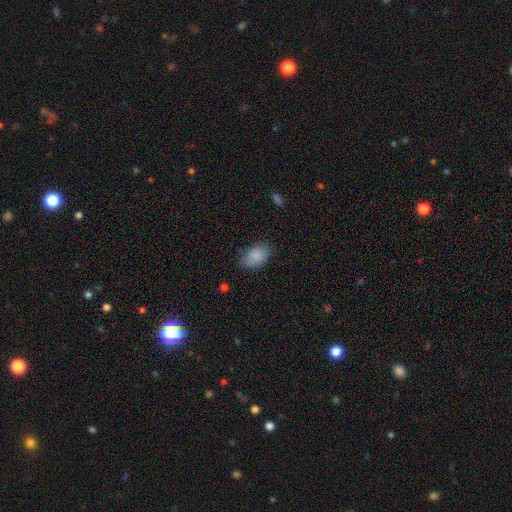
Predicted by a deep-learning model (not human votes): Smooth or featured? smooth (87%)
How rounded? in between (90%)
Merging? none (74%)